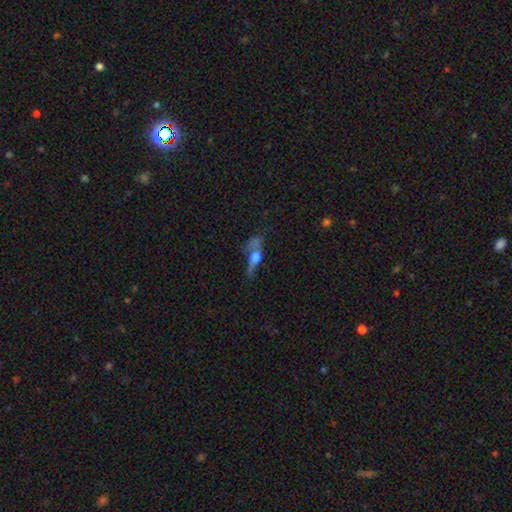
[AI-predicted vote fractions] Smooth or featured? smooth (45%)
Merging? major disturbance (34%)